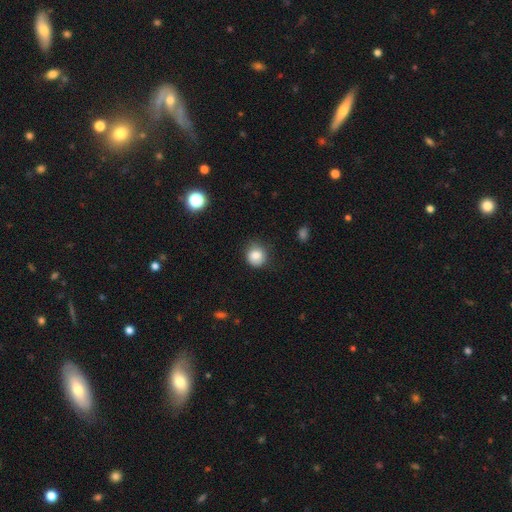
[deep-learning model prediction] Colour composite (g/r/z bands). It shows a smooth galaxy with no disk features (83%) that is round (83%). Merging: none (70%).